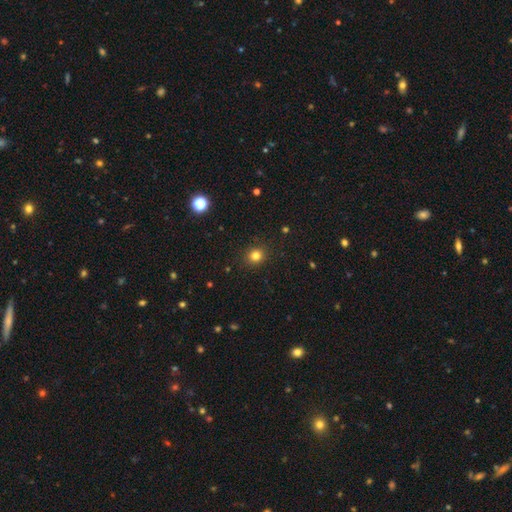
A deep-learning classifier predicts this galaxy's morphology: This is clearly a smooth galaxy (81%). How rounded: clearly round (83%). Merging: clearly none (90%).